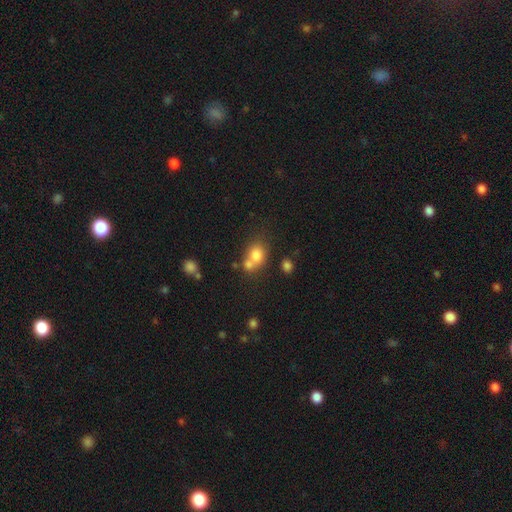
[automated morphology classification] smooth_or_featured: smooth (p=0.76) [alt: featured or disk p=0.12]
how_rounded: round (p=0.58) [alt: in between p=0.41]
merging: merger (p=0.49) [alt: none p=0.37]